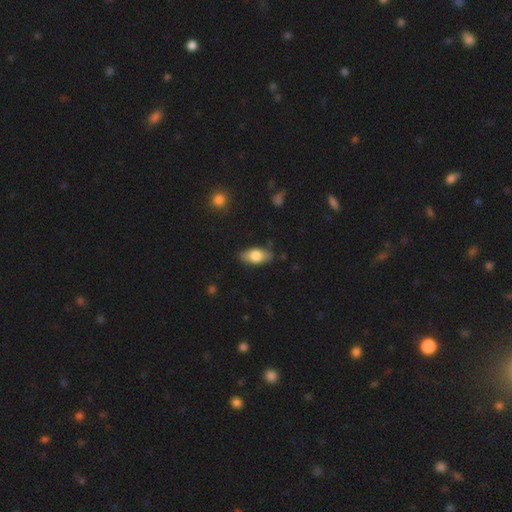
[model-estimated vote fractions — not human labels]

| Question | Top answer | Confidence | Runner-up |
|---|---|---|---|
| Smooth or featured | smooth | 74% | featured or disk (20%) |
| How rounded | in between | 88% | cigar-shaped (8%) |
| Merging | none | 83% | minor disturbance (13%) |